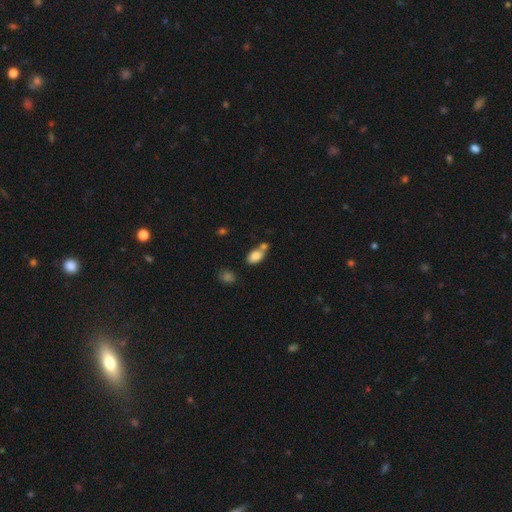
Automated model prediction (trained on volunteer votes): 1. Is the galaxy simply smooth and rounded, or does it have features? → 84% smooth, 9% star or artifact, 7% featured or disk.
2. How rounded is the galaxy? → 88% in between, 10% round, 2% cigar-shaped.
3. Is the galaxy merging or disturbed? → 44% none, 38% merger, 13% minor disturbance, 5% major disturbance.